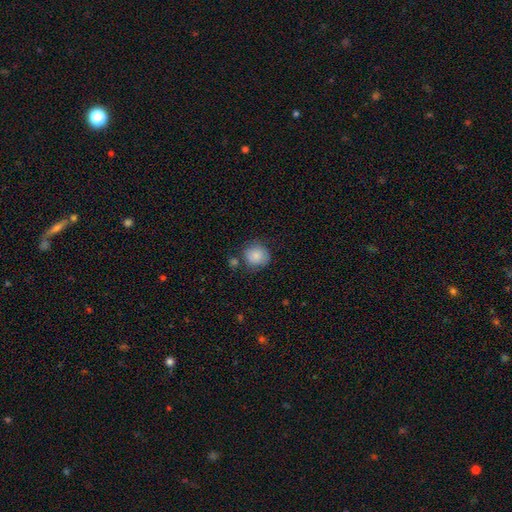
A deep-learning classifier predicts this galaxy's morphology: This appears to be a smooth galaxy with no disk features (85%) that is round (87%). Merging: none (74%).